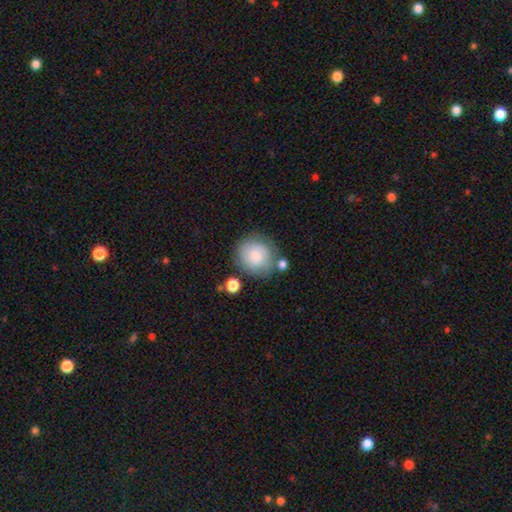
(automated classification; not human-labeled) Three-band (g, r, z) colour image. It shows a smooth galaxy with no disk features (75%) that is round (87%). Merging: none (68%).